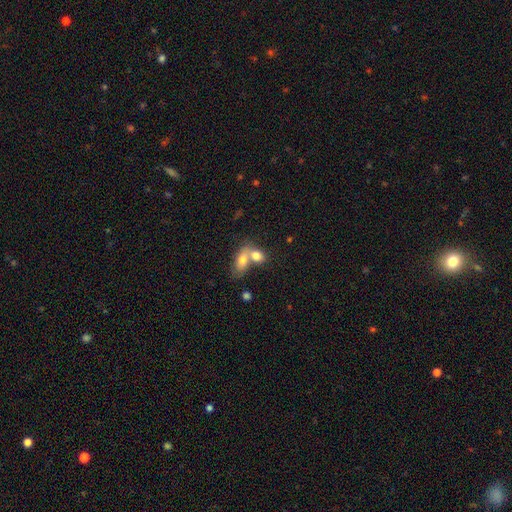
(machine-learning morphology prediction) A smooth galaxy with no disk features (77%) that is in between round and cigar-shaped (76%). Merging: merger (63%).